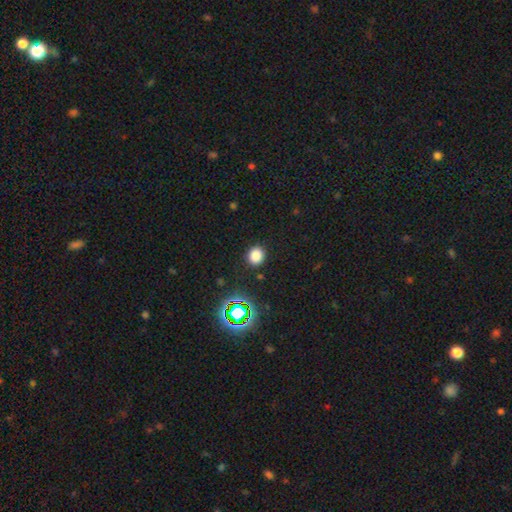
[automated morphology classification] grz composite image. It shows a smooth galaxy with no disk features (79%) that is round (75%). Merging: none (88%).